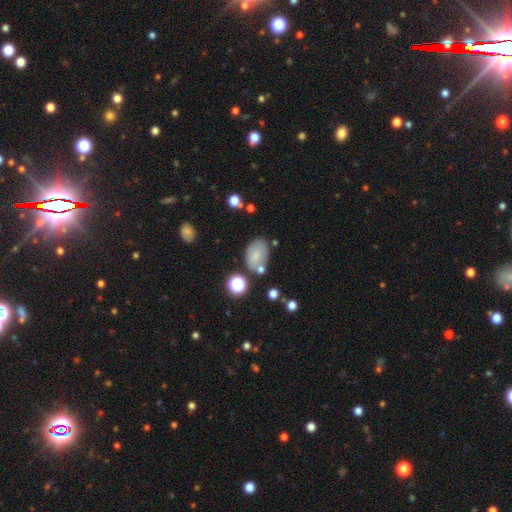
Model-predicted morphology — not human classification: The model was most divided on "merging": none: 58%, minor disturbance: 22%, merger: 13%, major disturbance: 8%. More confident: how rounded — in between (85%); smooth or featured — smooth (73%).